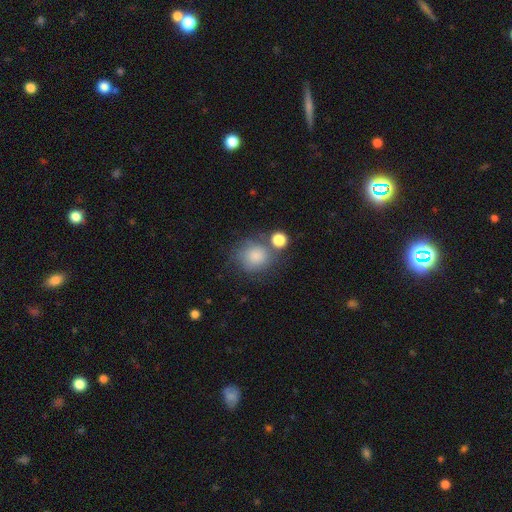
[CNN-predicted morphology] Overall: smooth (79%). How rounded: round (83%). Merging: none (57%; minor disturbance 18%).